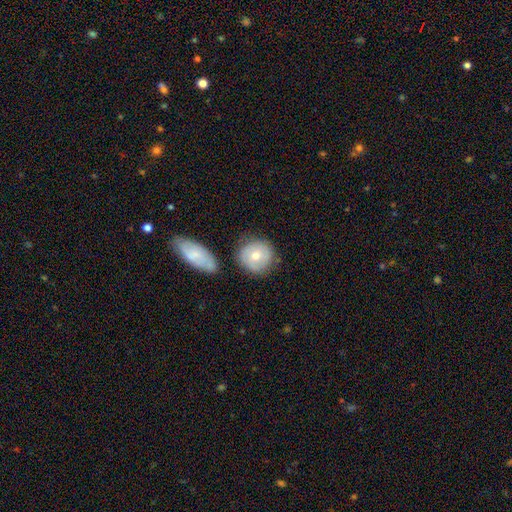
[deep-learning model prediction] Overall: smooth (67%; featured or disk 27%). How rounded: round (89%). Merging: none (67%).